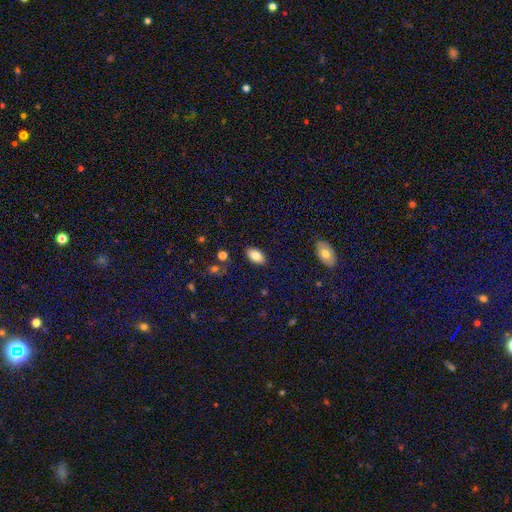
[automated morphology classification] Smooth or featured? smooth (81%)
How rounded? in between (92%)
Merging? none (88%)